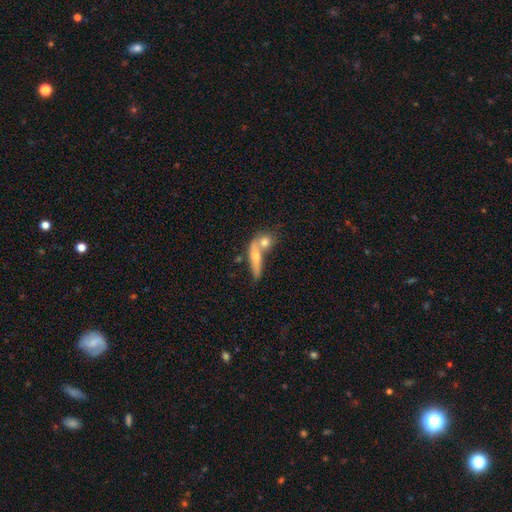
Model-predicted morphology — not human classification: smooth_or_featured: smooth (p=0.60) [alt: featured or disk p=0.33]
how_rounded: cigar-shaped (p=0.57) [alt: in between p=0.33]
merging: merger (p=0.50) [alt: none p=0.34]